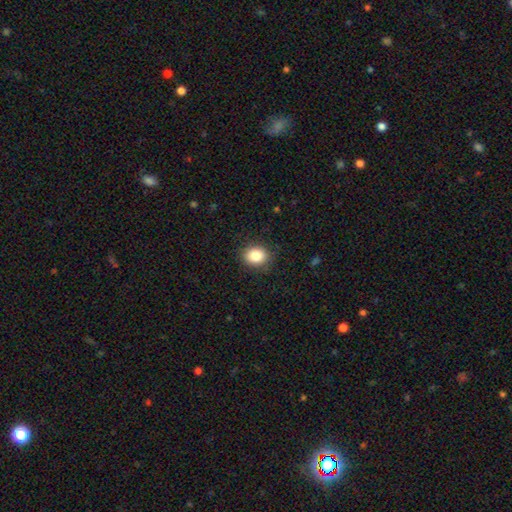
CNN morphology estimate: The model was most divided on "how rounded": round: 59%, in between: 40%, cigar-shaped: 1%. More confident: merging — none (88%); smooth or featured — smooth (85%).